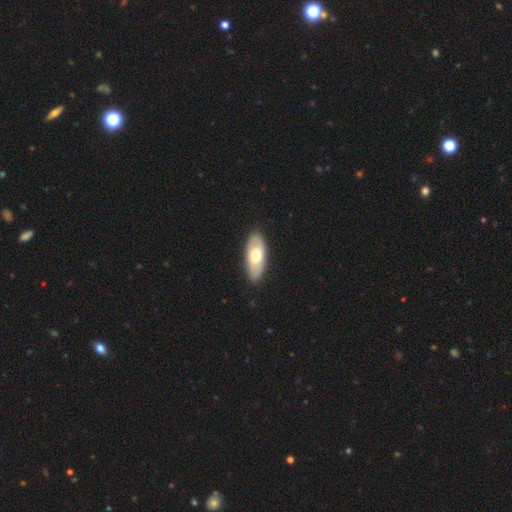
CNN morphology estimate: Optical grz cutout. It shows a smooth galaxy with no disk features (57%) that is in between round and cigar-shaped (84%). Merging: none (88%).